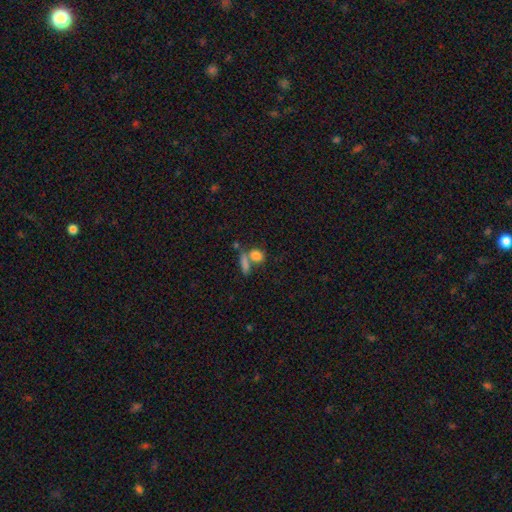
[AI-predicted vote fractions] Overall: smooth (80%). How rounded: round (46%; in between 44%). Merging: none (47%; merger 38%).